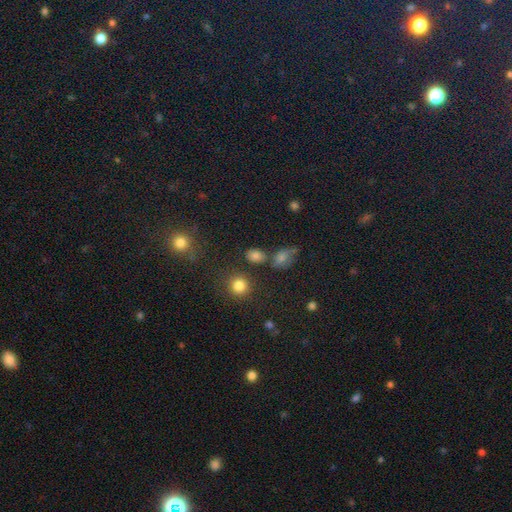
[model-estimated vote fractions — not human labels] Smooth or featured?
  - smooth: 72% *
  - star or artifact: 19%
  - featured or disk: 9%
How rounded?
  - in between: 60% *
  - round: 38%
  - cigar-shaped: 2%
Merging?
  - none: 67% *
  - minor disturbance: 14%
  - merger: 12%
  - major disturbance: 7%